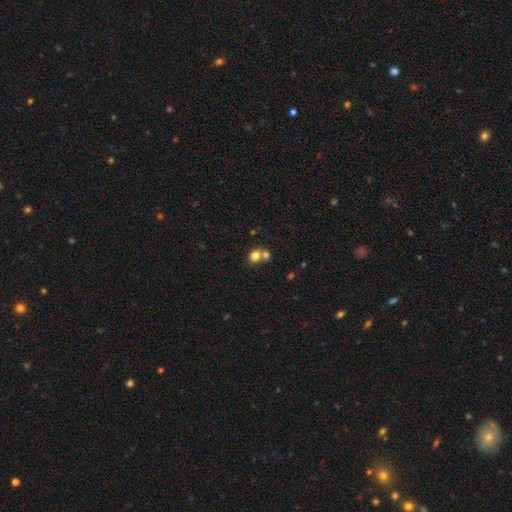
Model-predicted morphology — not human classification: Smooth or featured?
  - smooth: 79% *
  - star or artifact: 11%
  - featured or disk: 10%
How rounded?
  - round: 64% *
  - in between: 35%
  - cigar-shaped: 1%
Merging?
  - merger: 51% *
  - none: 39%
  - minor disturbance: 7%
  - major disturbance: 3%